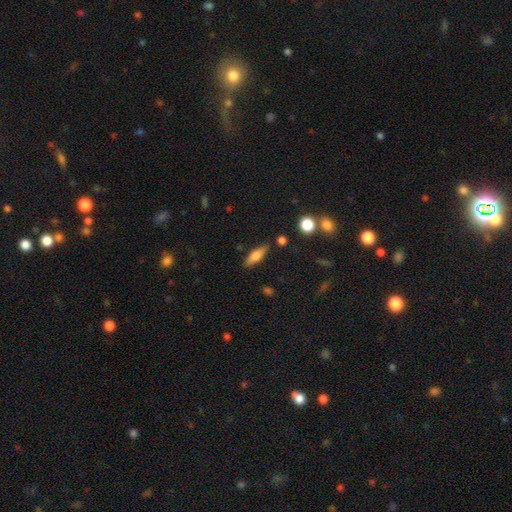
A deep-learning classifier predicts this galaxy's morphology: smooth-or-featured: smooth: 65% | featured or disk: 27% | star or artifact: 8%
  how-rounded: in between: 53% | cigar-shaped: 44% | round: 3%
  merging: none: 83% | minor disturbance: 12% | major disturbance: 3% | merger: 3%